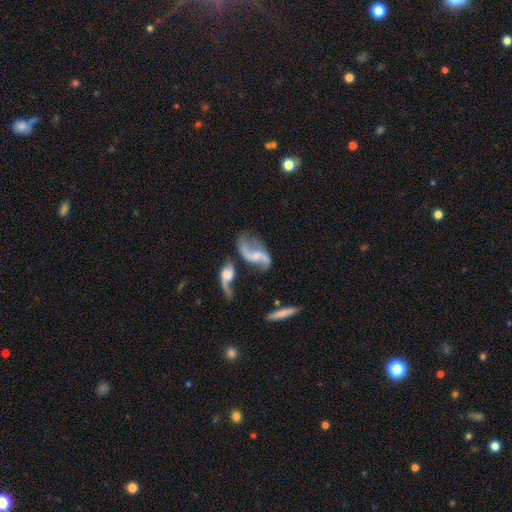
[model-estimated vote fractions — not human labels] The model was most divided on "bar": no: 45%, weak: 43%, strong: 12%. Remaining: edge-on disk — no (96%); spiral arms — yes (93%); spiral arm count — 2 (91%); smooth or featured — featured or disk (86%); spiral winding — loose (82%); bulge size — small (49%); merging — none (41%).